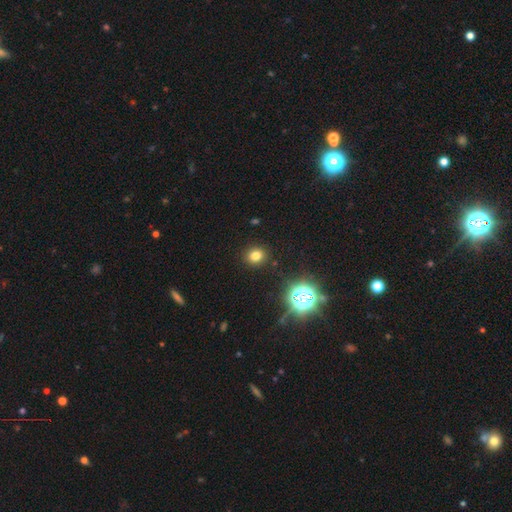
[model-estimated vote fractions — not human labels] smooth-or-featured: smooth: 75% | star or artifact: 18% | featured or disk: 6%
  how-rounded: round: 77% | in between: 22% | cigar-shaped: 1%
  merging: none: 90% | minor disturbance: 6% | major disturbance: 2% | merger: 2%